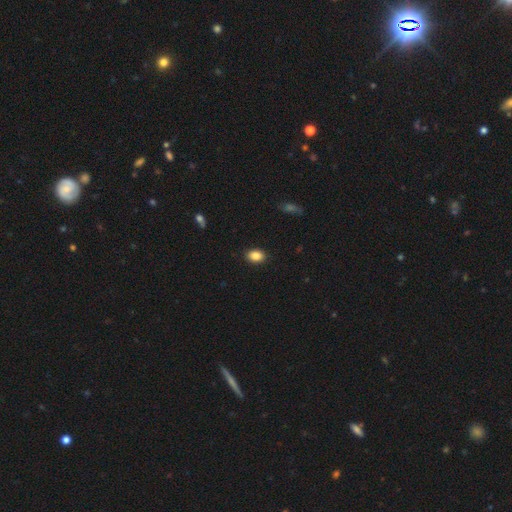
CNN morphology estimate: A smooth galaxy with no disk features (86%) that is in between round and cigar-shaped (78%). Merging: none (89%).